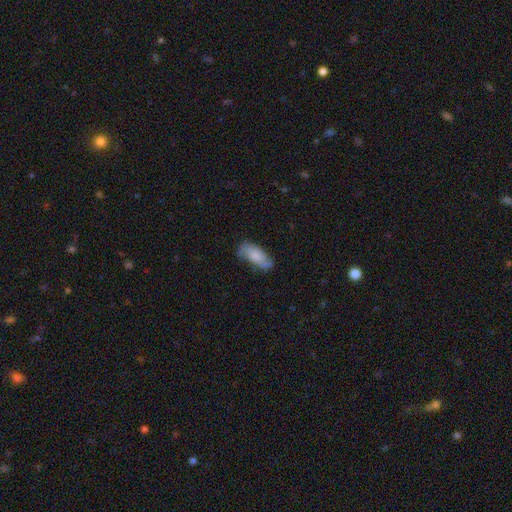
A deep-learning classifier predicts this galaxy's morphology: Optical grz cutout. It shows a smooth galaxy with no disk features (57%) that is in between round and cigar-shaped (84%). Merging: none (62%).